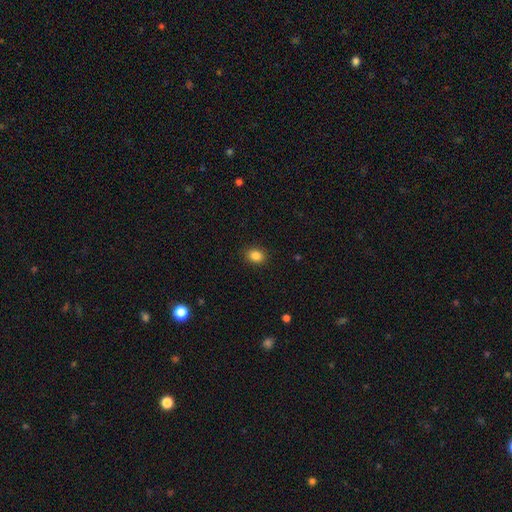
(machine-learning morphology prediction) Smooth or featured: smooth — 86% (star or artifact — 10%)
How rounded: in between — 54% (round — 45%)
Merging: none — 89% (minor disturbance — 8%)